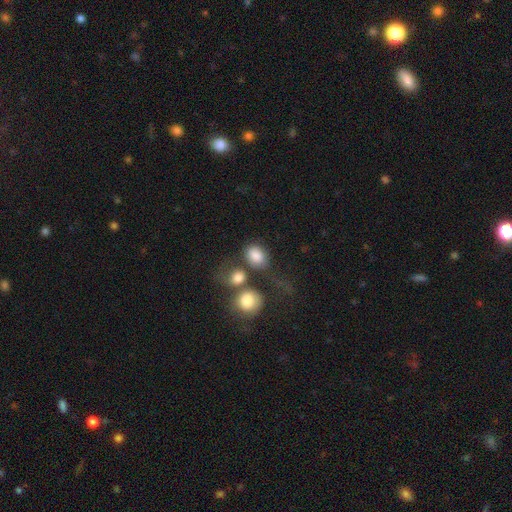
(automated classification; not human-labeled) Q: Smooth or featured?
A: smooth (83%); runner-up: featured or disk (9%)
Q: How rounded?
A: in between (59%); runner-up: round (39%)
Q: Merging?
A: none (42%); runner-up: merger (31%)